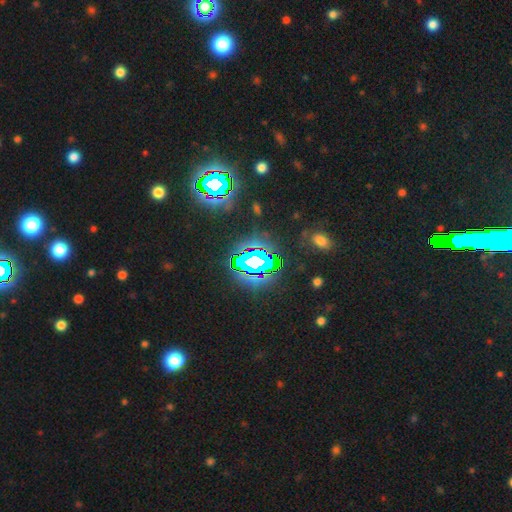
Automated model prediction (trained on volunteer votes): Smooth or featured: star or artifact — 76% (smooth — 13%)